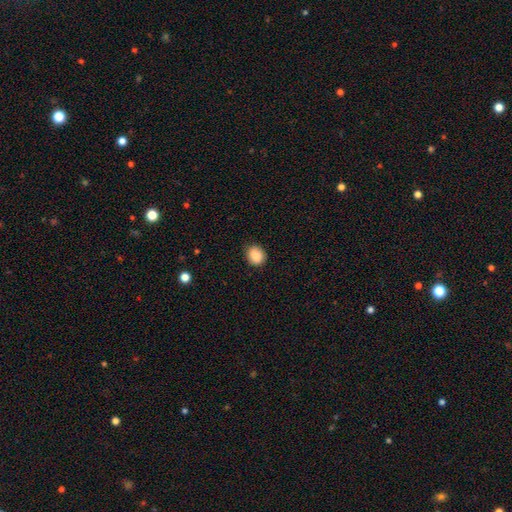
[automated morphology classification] smooth 88%, star or artifact 8%, featured or disk 4%. Down the decision tree: how rounded — round (67%); merging — none (87%).